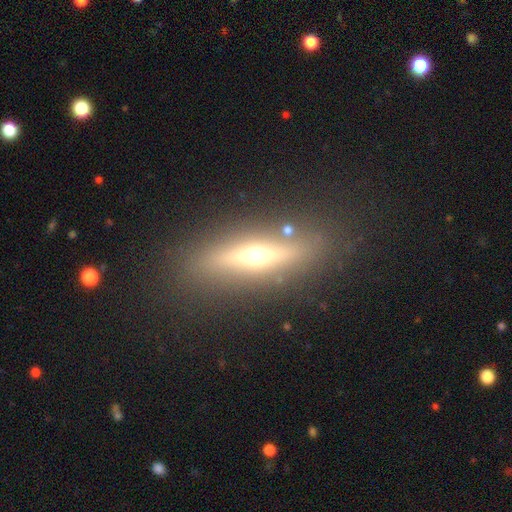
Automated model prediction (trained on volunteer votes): featured or disk 63%, smooth 28%, star or artifact 9%. Down the decision tree: edge-on disk — yes (88%); edge-on bulge — rounded (93%); merging — none (83%).